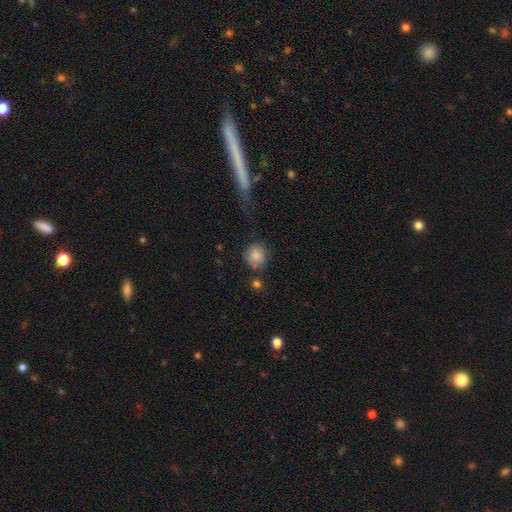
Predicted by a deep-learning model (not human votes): smooth_or_featured: smooth (p=0.84) [alt: star or artifact p=0.09]
how_rounded: round (p=0.87) [alt: in between p=0.11]
merging: none (p=0.68) [alt: minor disturbance p=0.16]